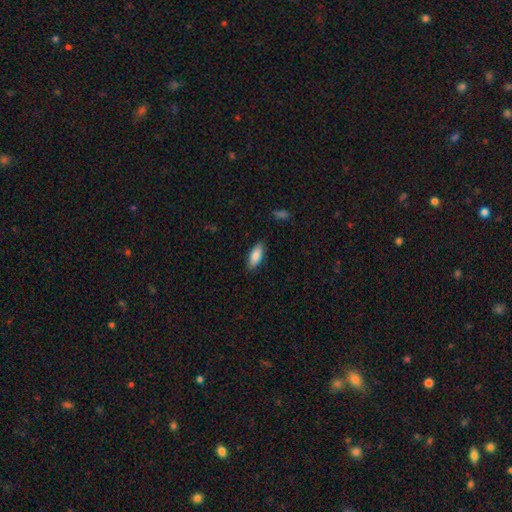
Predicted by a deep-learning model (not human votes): This is clearly a smooth galaxy (85%). How rounded: likely in between (77%). Merging: clearly none (86%).